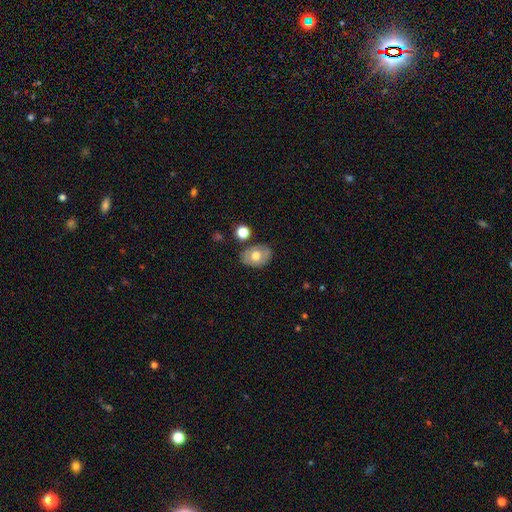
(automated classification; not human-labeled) A smooth galaxy with no disk features (65%) that is in between round and cigar-shaped (74%).

Vote fractions:
- Smooth or featured? smooth: 65% / featured or disk: 27% / star or artifact: 8%
- How rounded? in between: 74% / round: 25% / cigar-shaped: 1%
- Merging? none: 75% / minor disturbance: 15% / merger: 6% / major disturbance: 4%